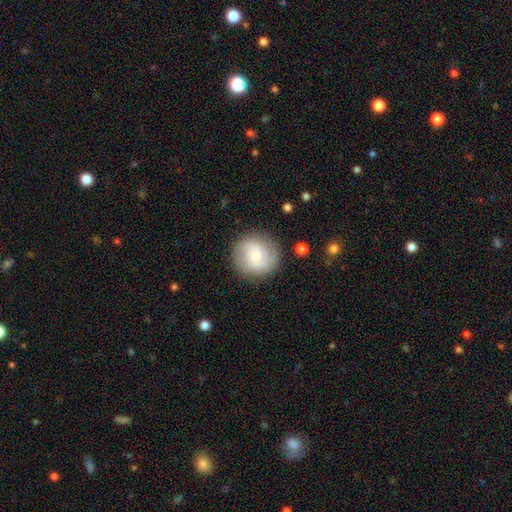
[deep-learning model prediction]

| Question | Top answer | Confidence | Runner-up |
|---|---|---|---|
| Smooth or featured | featured or disk | 47% | smooth (45%) |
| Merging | none | 84% | minor disturbance (10%) |